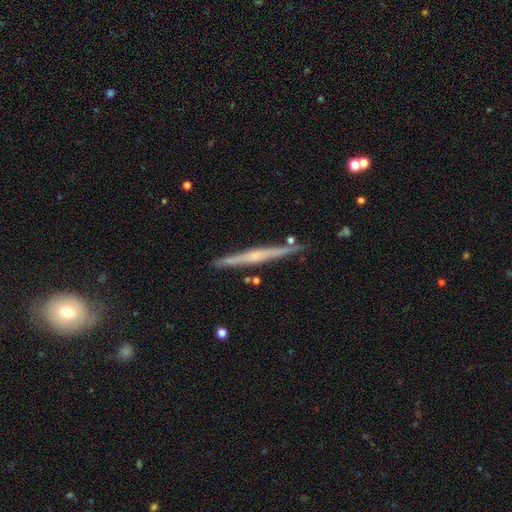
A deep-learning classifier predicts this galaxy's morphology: Smooth or featured? Predicted: featured or disk (p=0.70). Edge-on disk? Predicted: yes (p=0.98). Edge-on bulge? Predicted: rounded (p=0.47). Merging? Predicted: none (p=0.88).